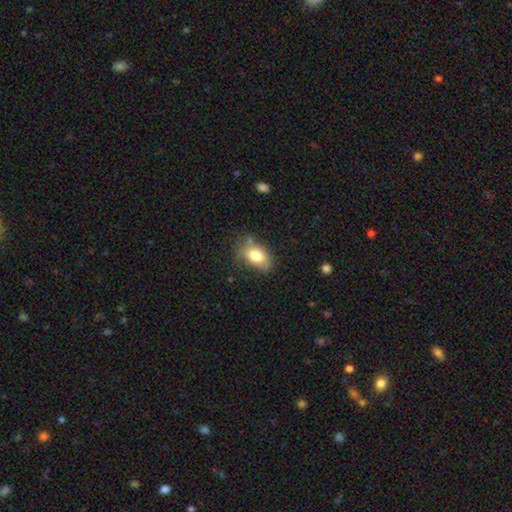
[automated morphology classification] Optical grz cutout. It shows a smooth galaxy with no disk features (77%) that is in between round and cigar-shaped (85%). Merging: none (59%).